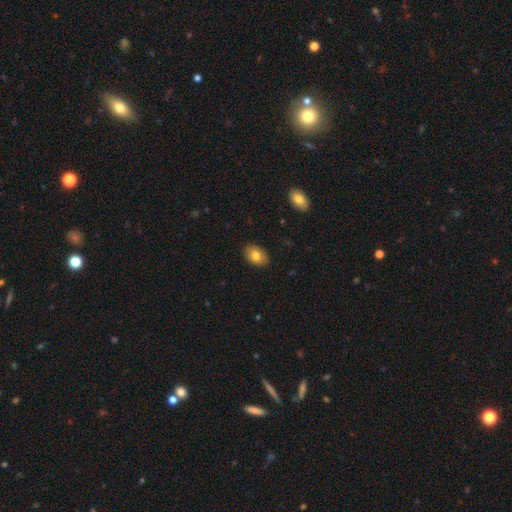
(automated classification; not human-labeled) The model was most divided on "smooth or featured": smooth: 79%, featured or disk: 14%, star or artifact: 7%. More confident: merging — none (88%); how rounded — in between (86%).